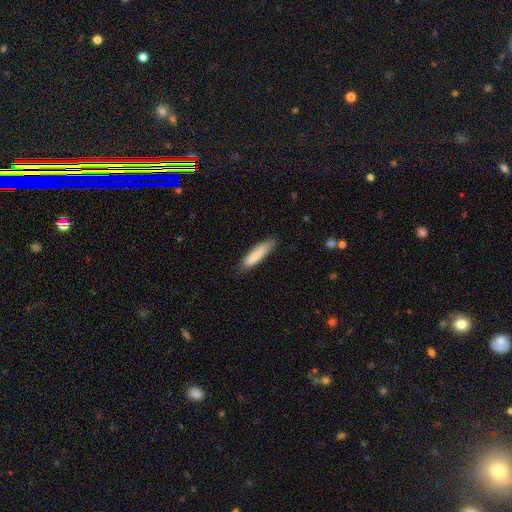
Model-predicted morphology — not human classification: smooth 83%, featured or disk 12%, star or artifact 6%. Down the decision tree: how rounded — cigar-shaped (76%); merging — none (80%).